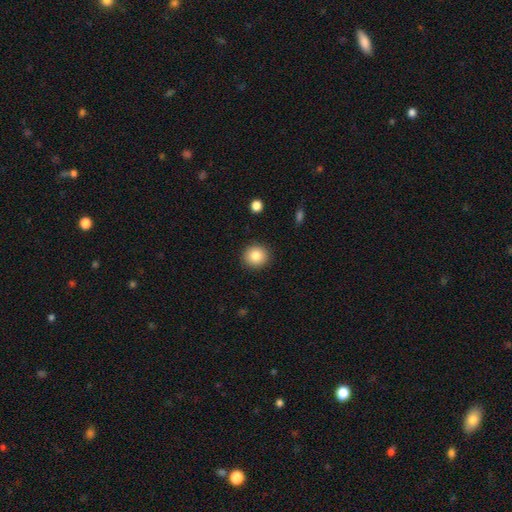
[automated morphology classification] A smooth galaxy with no disk features (83%) that is round (88%).

Vote fractions:
- Smooth or featured? smooth: 83% / star or artifact: 9% / featured or disk: 8%
- How rounded? round: 88% / in between: 11% / cigar-shaped: 1%
- Merging? none: 91% / minor disturbance: 6% / major disturbance: 2% / merger: 1%